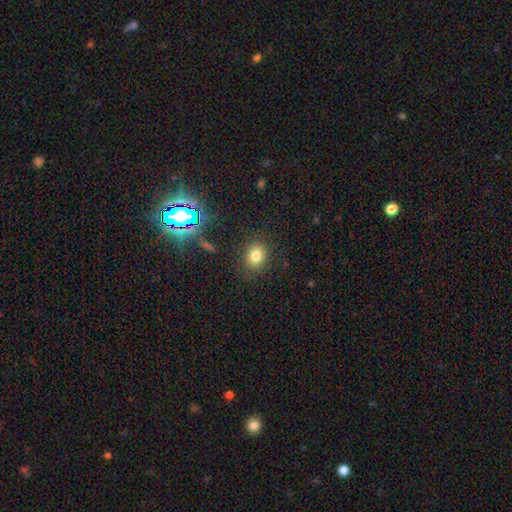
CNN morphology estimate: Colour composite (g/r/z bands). It shows a smooth galaxy with no disk features (78%) that is round (53%). Merging: none (85%).